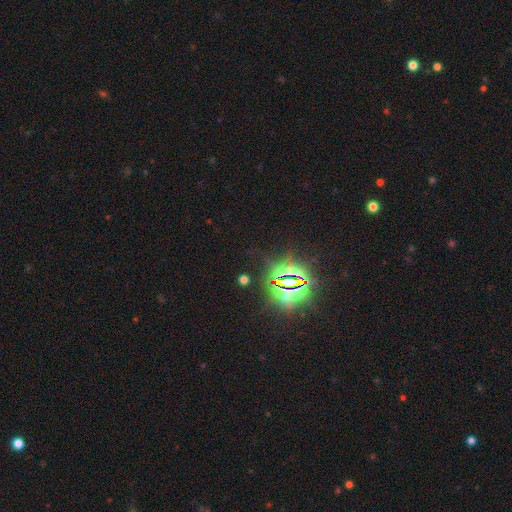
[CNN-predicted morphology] star or artifact 85%, smooth 8%, featured or disk 7%.